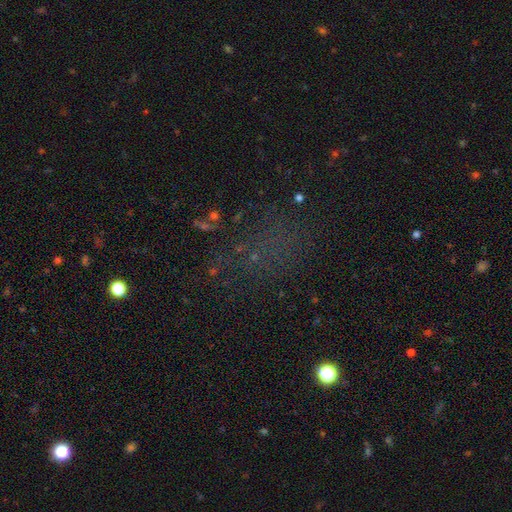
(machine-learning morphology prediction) smooth-or-featured: star or artifact: 50% | smooth: 31% | featured or disk: 19%